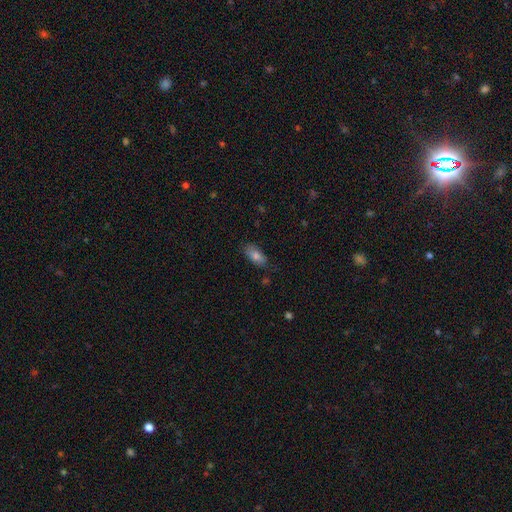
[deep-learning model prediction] Smooth or featured? smooth (77%)
How rounded? in between (86%)
Merging? none (76%)